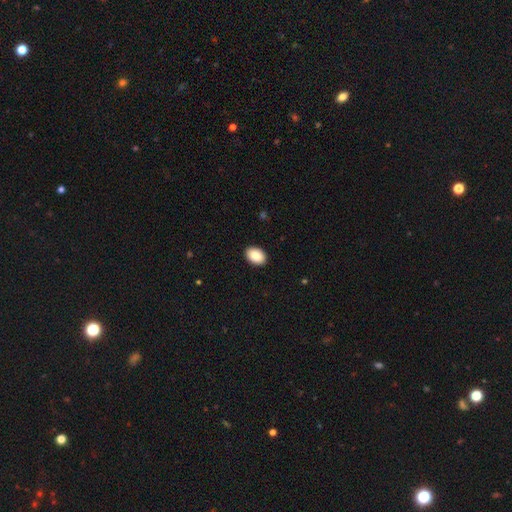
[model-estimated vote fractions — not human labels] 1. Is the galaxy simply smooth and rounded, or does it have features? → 88% smooth, 7% star or artifact, 5% featured or disk.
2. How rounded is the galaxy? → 85% in between, 14% round, 1% cigar-shaped.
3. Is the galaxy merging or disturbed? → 91% none, 6% minor disturbance, 2% major disturbance, 1% merger.